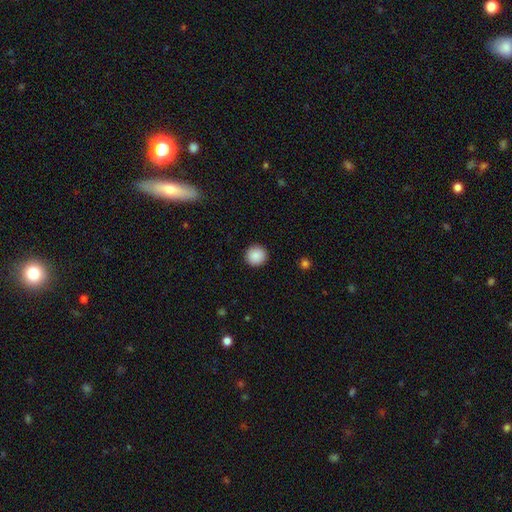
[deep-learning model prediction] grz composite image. It shows a smooth galaxy with no disk features (89%) that is round (95%). Merging: none (92%).